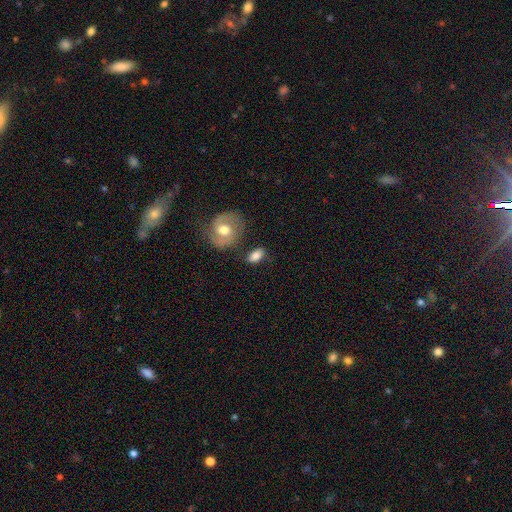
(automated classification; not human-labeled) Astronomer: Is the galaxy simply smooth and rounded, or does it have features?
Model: smooth — 76%.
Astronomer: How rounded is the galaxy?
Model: in between — 85%.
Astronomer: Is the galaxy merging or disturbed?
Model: none — 70%.